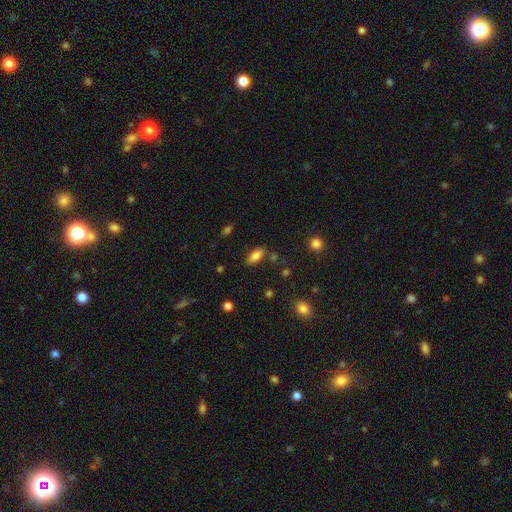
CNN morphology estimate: This appears to be a smooth galaxy with no disk features (82%) that is in between round and cigar-shaped (86%). Merging: none (78%).